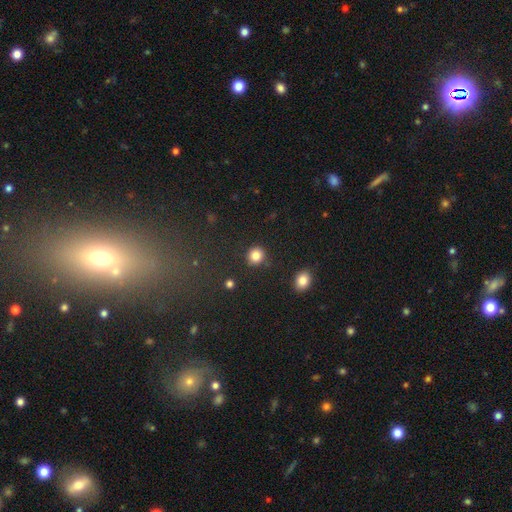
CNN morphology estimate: This appears to be a smooth galaxy with no disk features (85%) that is round (87%). Merging: none (88%).